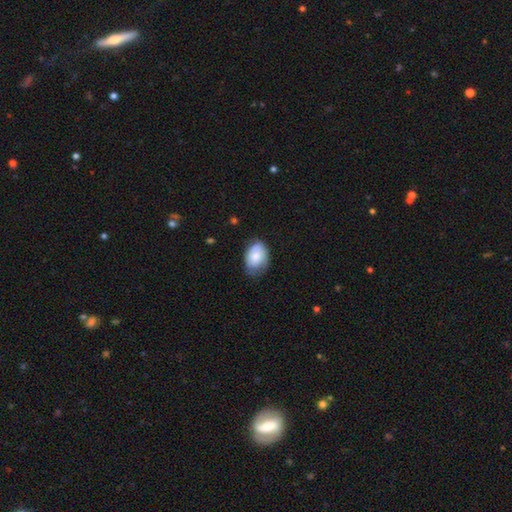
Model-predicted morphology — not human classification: smooth 75%, featured or disk 18%, star or artifact 7%. Down the decision tree: how rounded — in between (79%); merging — none (60%).